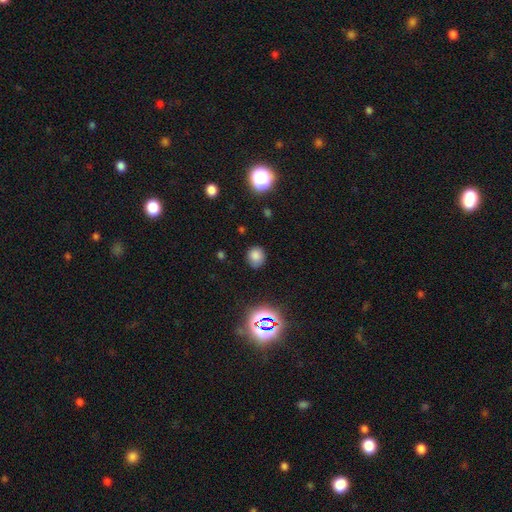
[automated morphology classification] Smooth or featured: smooth — 76% (star or artifact — 18%)
How rounded: round — 73% (in between — 26%)
Merging: none — 80% (minor disturbance — 14%)